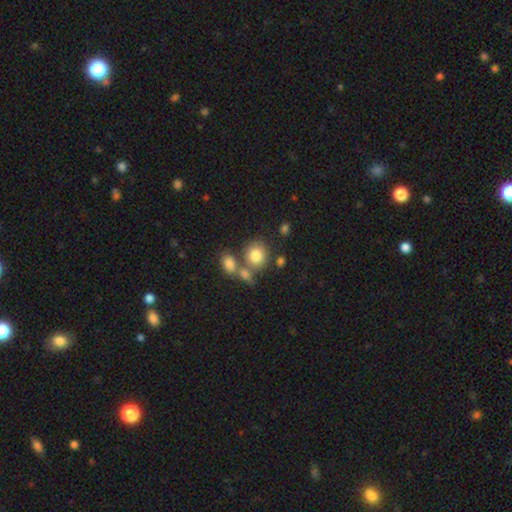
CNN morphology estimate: Overall: smooth (79%). How rounded: round (67%; in between 32%). Merging: none (49%; merger 34%).